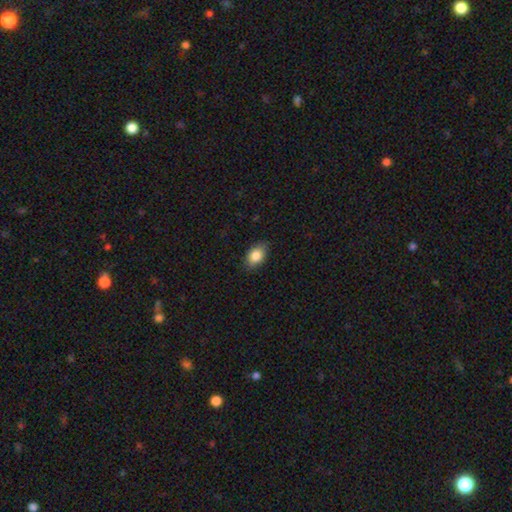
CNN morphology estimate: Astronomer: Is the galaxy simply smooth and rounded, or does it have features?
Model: smooth — 83%.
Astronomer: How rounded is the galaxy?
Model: in between — 86%.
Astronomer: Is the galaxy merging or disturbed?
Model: none — 84%.